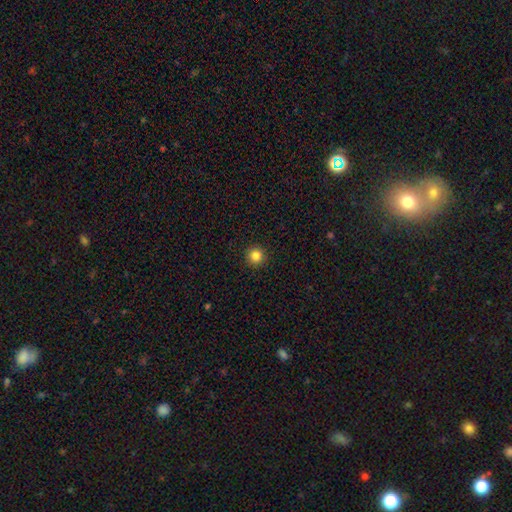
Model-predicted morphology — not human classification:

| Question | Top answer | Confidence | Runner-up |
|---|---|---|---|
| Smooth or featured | smooth | 85% | star or artifact (11%) |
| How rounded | round | 95% | in between (4%) |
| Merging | none | 93% | minor disturbance (5%) |